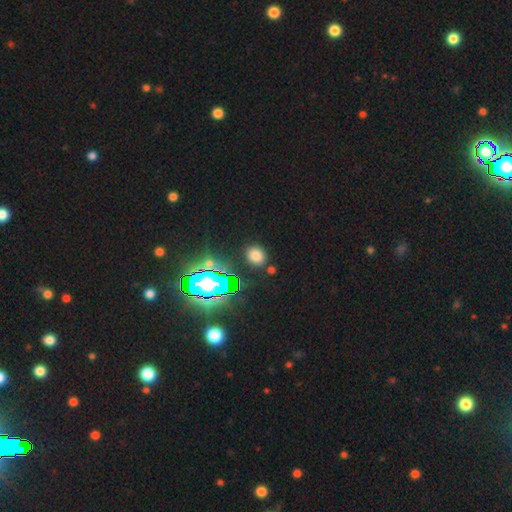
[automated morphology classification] type=smooth (68%); roundness=round (60%); merging=none (85%).